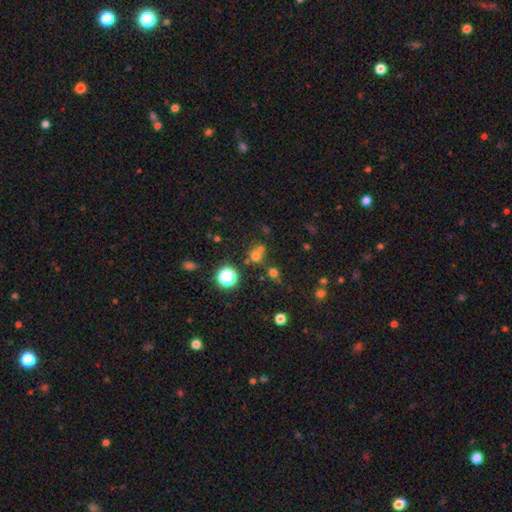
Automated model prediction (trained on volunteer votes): smooth 59%, star or artifact 30%, featured or disk 11%. Down the decision tree: how rounded — round (85%); merging — none (54%).